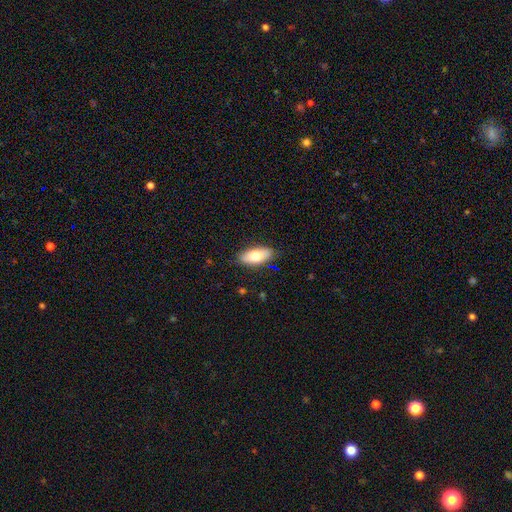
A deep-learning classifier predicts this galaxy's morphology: A smooth galaxy with no disk features (73%) that is in between round and cigar-shaped (88%). Merging: none (84%).